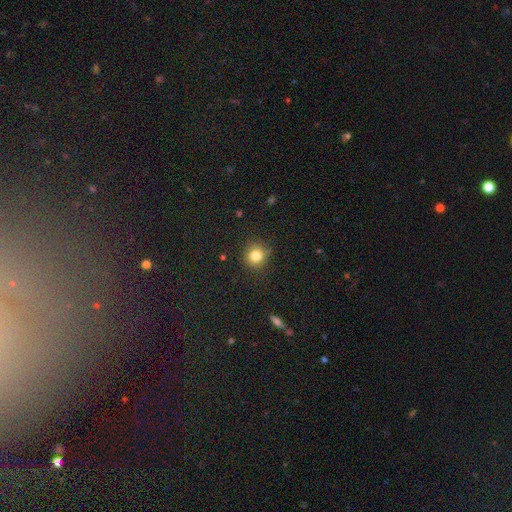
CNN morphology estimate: The model was most divided on "smooth or featured": smooth: 82%, star or artifact: 12%, featured or disk: 6%. More confident: how rounded — round (91%); merging — none (87%).